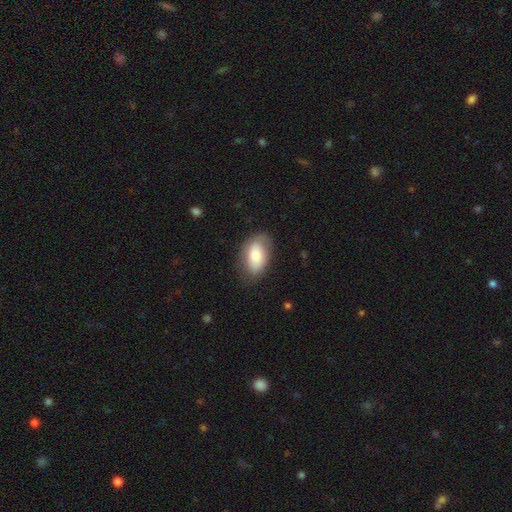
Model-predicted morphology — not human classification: Smooth or featured? Predicted: smooth (p=0.73). How rounded? Predicted: in between (p=0.92). Merging? Predicted: none (p=0.72).